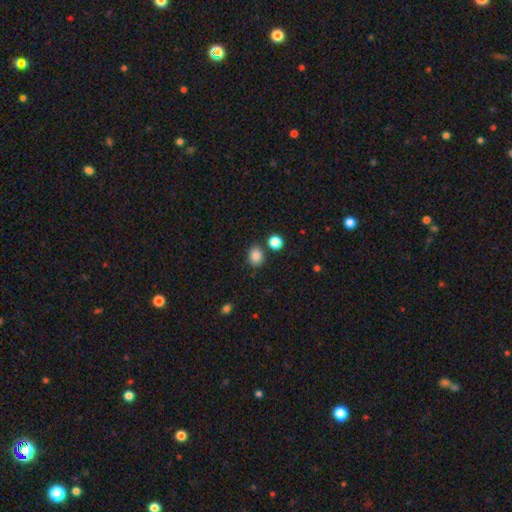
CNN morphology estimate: This appears to be a smooth galaxy with no disk features (86%) that is round (52%). Merging: none (79%).